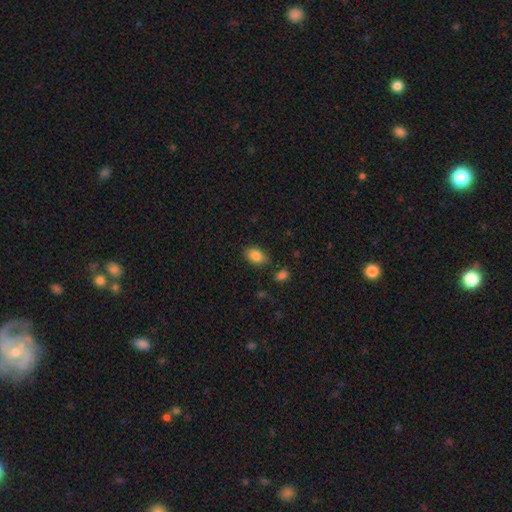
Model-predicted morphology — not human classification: A smooth galaxy with no disk features (85%) that is in between round and cigar-shaped (85%).

Vote fractions:
- Smooth or featured? smooth: 85% / star or artifact: 8% / featured or disk: 7%
- How rounded? in between: 85% / round: 14% / cigar-shaped: 1%
- Merging? none: 83% / minor disturbance: 11% / major disturbance: 3% / merger: 3%